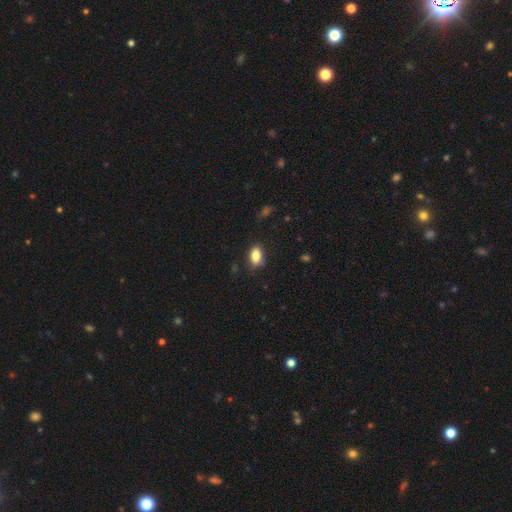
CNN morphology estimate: A smooth galaxy with no disk features (85%) that is in between round and cigar-shaped (87%). Merging: none (80%).